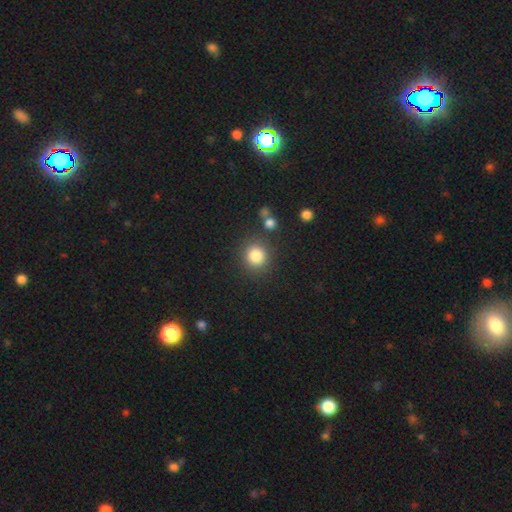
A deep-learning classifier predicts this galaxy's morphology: Q: Smooth or featured?
A: smooth (84%); runner-up: star or artifact (11%)
Q: How rounded?
A: round (88%); runner-up: in between (11%)
Q: Merging?
A: none (82%); runner-up: minor disturbance (9%)